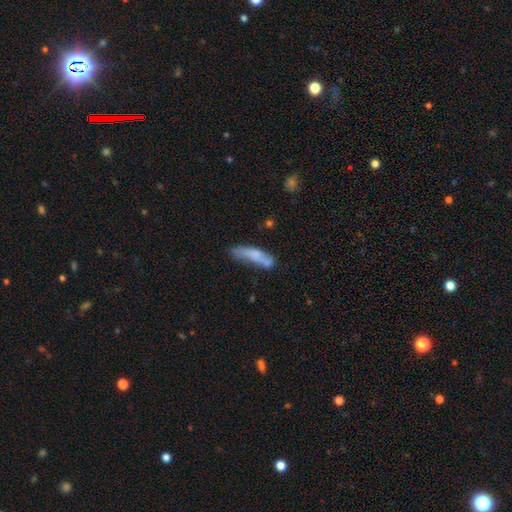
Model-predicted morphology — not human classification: A smooth galaxy with no disk features (65%) that is cigar-shaped (72%). Merging: none (43%).